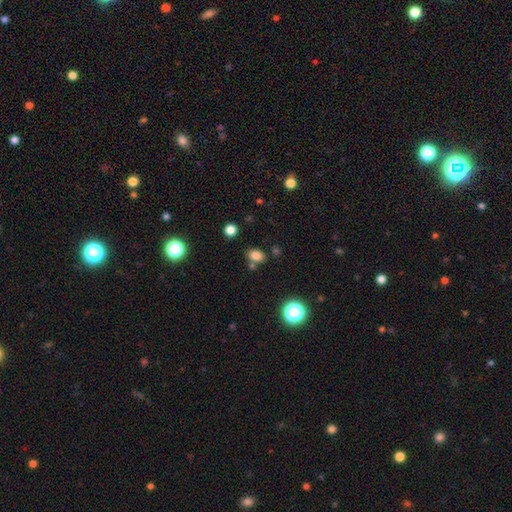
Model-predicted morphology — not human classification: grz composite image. It shows a smooth galaxy with no disk features (80%) that is in between round and cigar-shaped (75%). Merging: none (69%).